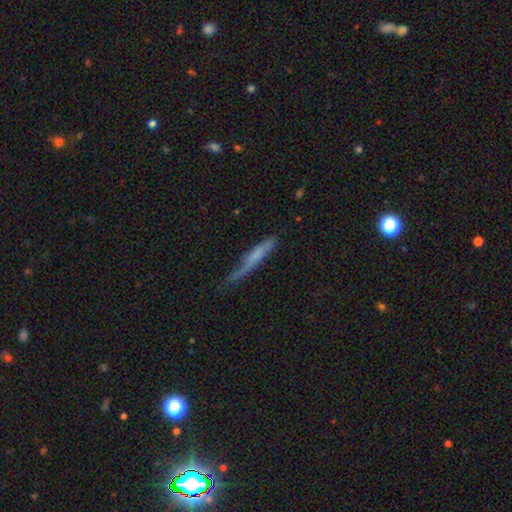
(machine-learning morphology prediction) A smooth galaxy with no disk features (53%) that is cigar-shaped (92%). Merging: none (50%).